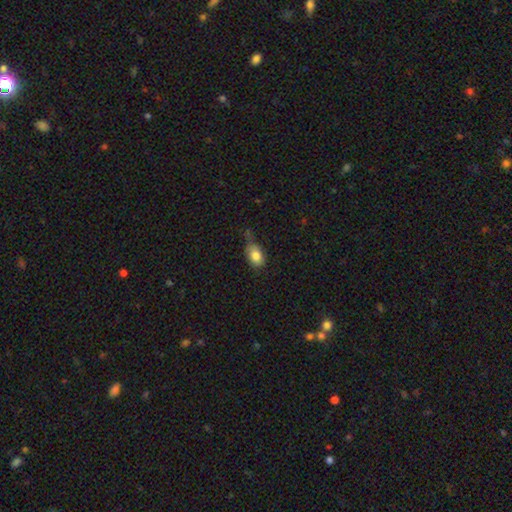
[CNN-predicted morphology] Smooth or featured?
  - smooth: 82% *
  - featured or disk: 9%
  - star or artifact: 8%
How rounded?
  - in between: 80% *
  - round: 18%
  - cigar-shaped: 2%
Merging?
  - none: 44% *
  - minor disturbance: 36%
  - major disturbance: 13%
  - merger: 7%